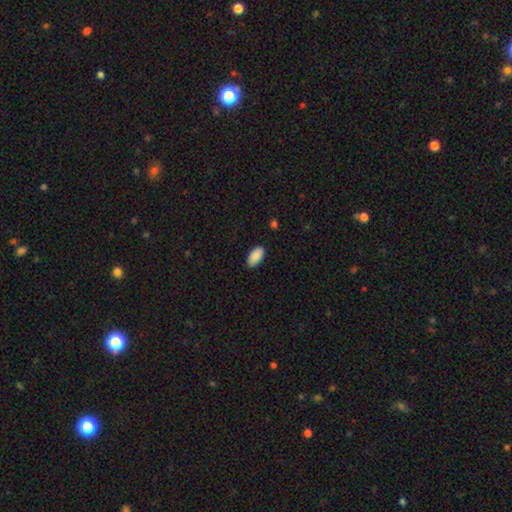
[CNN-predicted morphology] Smooth or featured: smooth — 90% (star or artifact — 6%)
How rounded: in between — 95% (cigar-shaped — 2%)
Merging: none — 89% (minor disturbance — 8%)